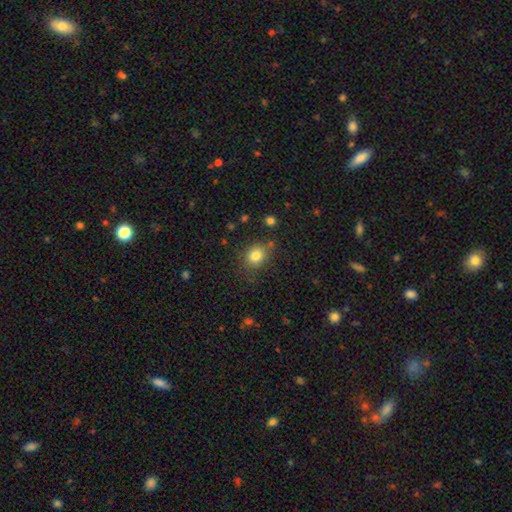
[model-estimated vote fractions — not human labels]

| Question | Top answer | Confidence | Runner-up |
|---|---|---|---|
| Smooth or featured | smooth | 81% | star or artifact (12%) |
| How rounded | round | 67% | in between (33%) |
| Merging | none | 76% | minor disturbance (15%) |